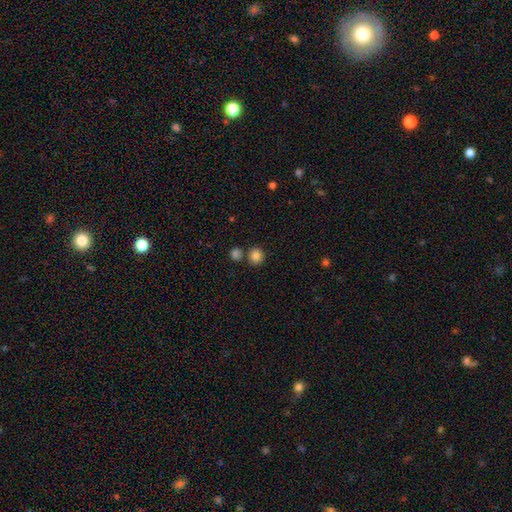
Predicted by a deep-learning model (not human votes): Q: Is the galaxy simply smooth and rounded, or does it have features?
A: smooth — 84%.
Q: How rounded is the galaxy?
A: round — 89%.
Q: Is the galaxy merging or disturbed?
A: none — 75%.